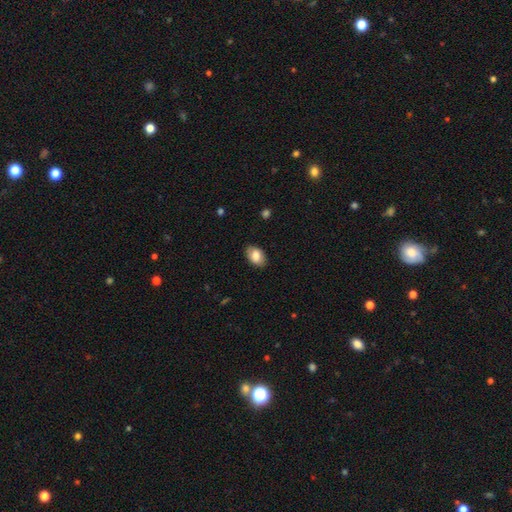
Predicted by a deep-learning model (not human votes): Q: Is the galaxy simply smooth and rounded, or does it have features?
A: smooth — 81%.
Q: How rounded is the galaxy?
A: in between — 89%.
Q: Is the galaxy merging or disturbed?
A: none — 86%.